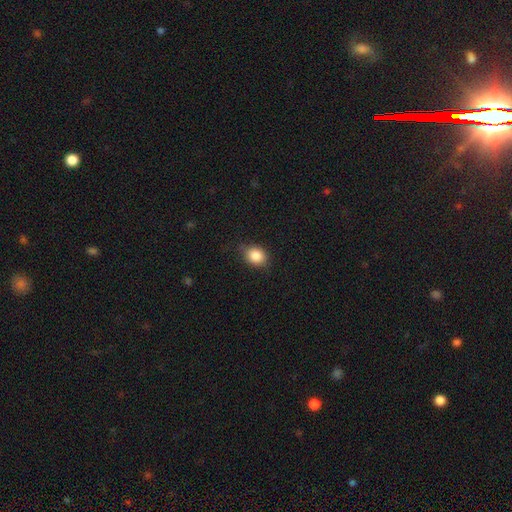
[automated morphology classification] Smooth or featured: smooth — 86% (star or artifact — 9%)
How rounded: in between — 50% (round — 49%)
Merging: none — 75% (minor disturbance — 20%)